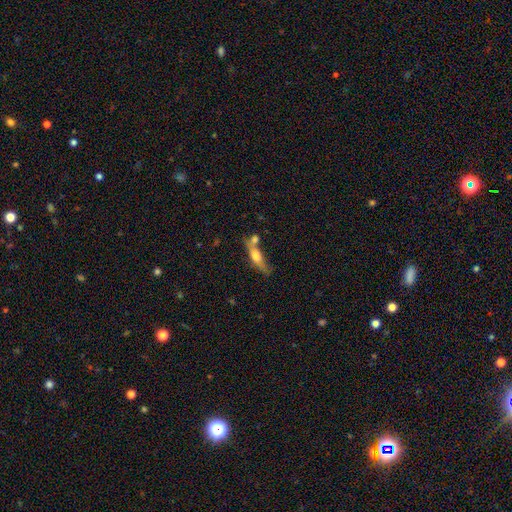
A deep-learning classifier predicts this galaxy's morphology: Q: Smooth or featured?
A: smooth (51%); runner-up: featured or disk (41%)
Q: How rounded?
A: cigar-shaped (60%); runner-up: in between (36%)
Q: Merging?
A: none (44%); runner-up: merger (32%)